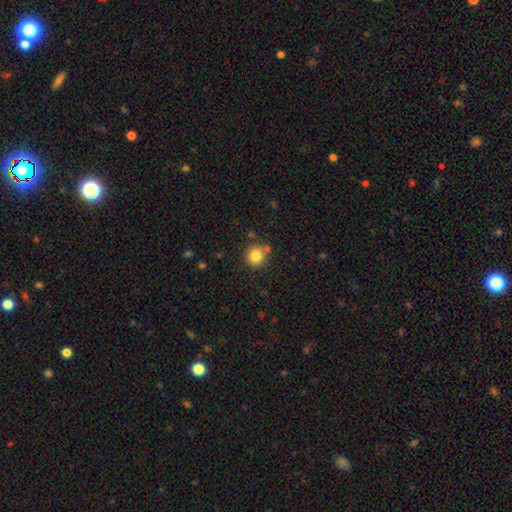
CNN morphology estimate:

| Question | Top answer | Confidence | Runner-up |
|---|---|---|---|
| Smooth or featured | smooth | 82% | star or artifact (11%) |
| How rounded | round | 91% | in between (8%) |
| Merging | none | 79% | minor disturbance (10%) |